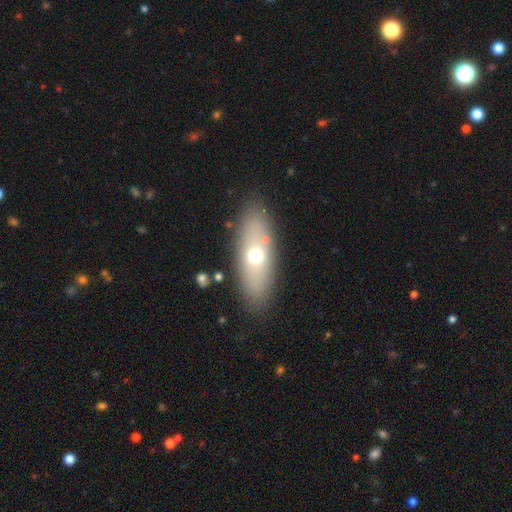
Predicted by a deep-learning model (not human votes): Q: Smooth or featured?
A: smooth (61%); runner-up: featured or disk (31%)
Q: How rounded?
A: in between (68%); runner-up: cigar-shaped (28%)
Q: Merging?
A: none (84%); runner-up: minor disturbance (10%)